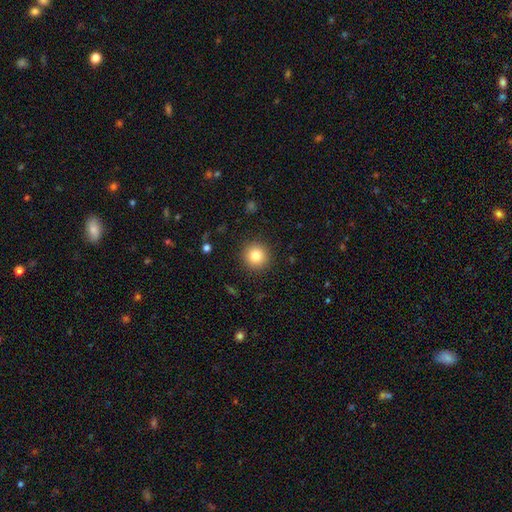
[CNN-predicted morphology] This appears to be a smooth galaxy with no disk features (82%) that is round (95%). Merging: none (91%).